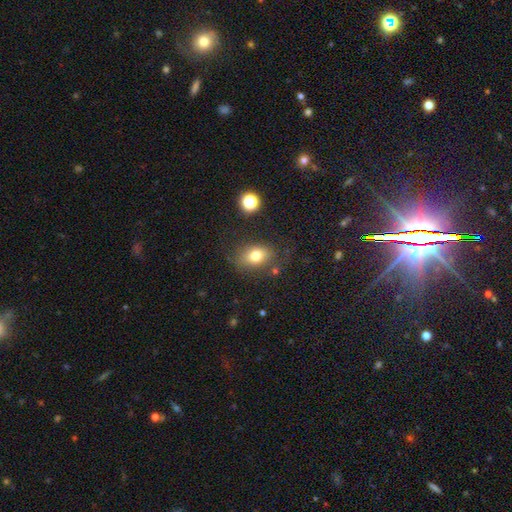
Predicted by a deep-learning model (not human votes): Smooth or featured: smooth — 77% (star or artifact — 12%)
How rounded: in between — 71% (round — 27%)
Merging: none — 71% (minor disturbance — 17%)